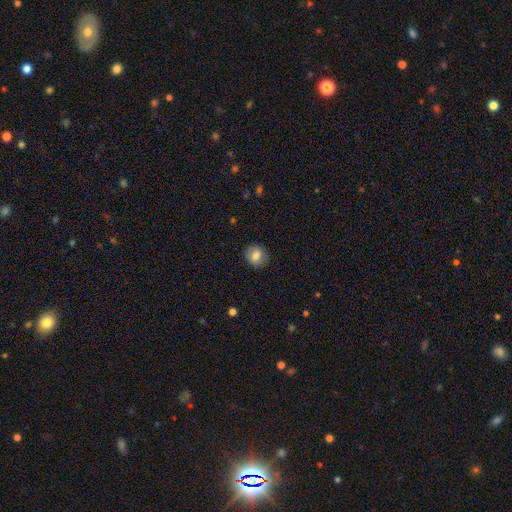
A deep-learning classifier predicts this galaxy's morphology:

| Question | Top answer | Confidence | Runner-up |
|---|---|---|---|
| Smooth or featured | smooth | 79% | featured or disk (13%) |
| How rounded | round | 78% | in between (21%) |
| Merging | none | 87% | minor disturbance (9%) |